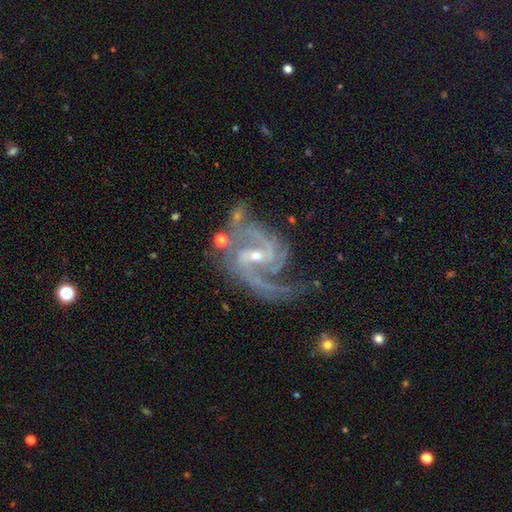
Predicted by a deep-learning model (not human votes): Smooth or featured? Predicted: featured or disk (p=0.92). Edge-on disk? Predicted: no (p=0.97). Bar? Predicted: weak (p=0.44). Spiral arms? Predicted: yes (p=0.98). Spiral winding? Predicted: medium (p=0.56). Spiral arm count? Predicted: 2 (p=0.57). Bulge size? Predicted: small (p=0.67). Merging? Predicted: none (p=0.54).